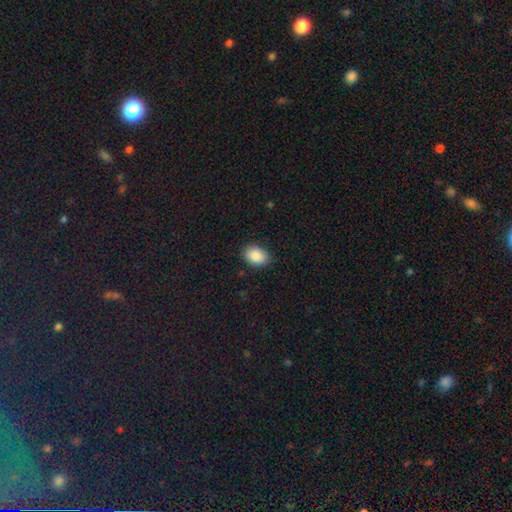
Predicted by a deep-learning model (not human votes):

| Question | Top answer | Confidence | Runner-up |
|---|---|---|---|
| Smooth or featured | smooth | 88% | star or artifact (7%) |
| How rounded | in between | 78% | round (21%) |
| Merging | none | 84% | minor disturbance (13%) |